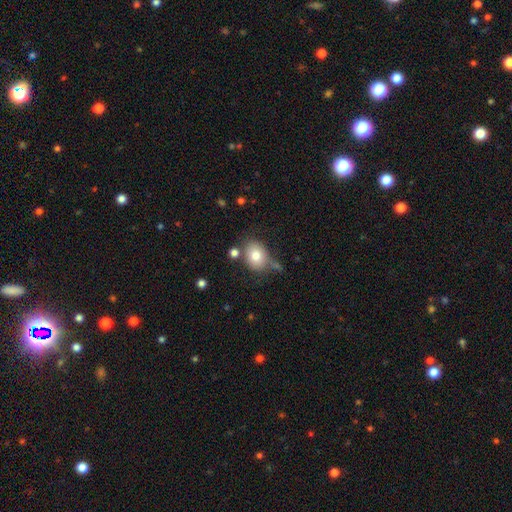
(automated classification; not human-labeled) Overall: smooth (77%). How rounded: in between (53%; round 46%). Merging: none (59%; minor disturbance 20%).